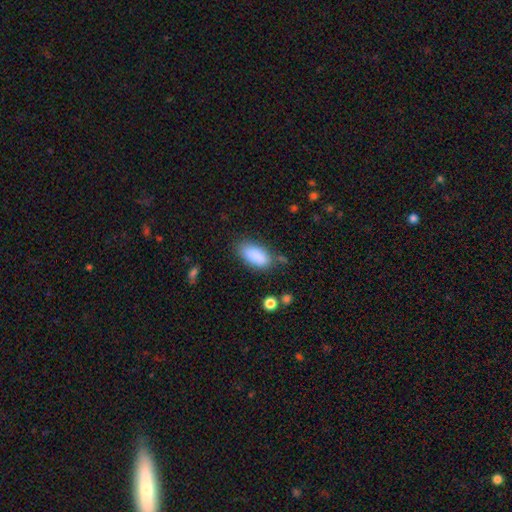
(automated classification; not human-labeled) Smooth or featured: smooth — 88% (star or artifact — 7%)
How rounded: in between — 91% (cigar-shaped — 7%)
Merging: none — 73% (minor disturbance — 18%)